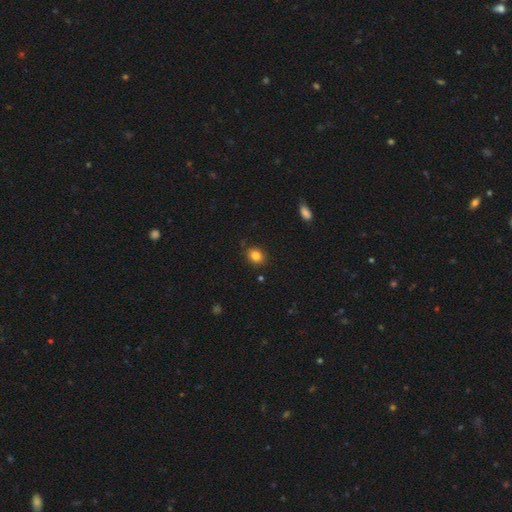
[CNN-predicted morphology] Smooth or featured? Predicted: smooth (p=0.83). How rounded? Predicted: in between (p=0.51). Merging? Predicted: none (p=0.86).